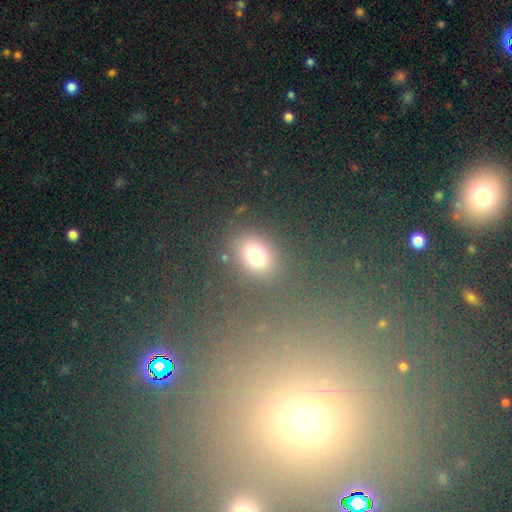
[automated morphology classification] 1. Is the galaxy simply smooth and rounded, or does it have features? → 69% smooth, 21% star or artifact, 10% featured or disk.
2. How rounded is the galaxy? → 53% round, 45% in between, 2% cigar-shaped.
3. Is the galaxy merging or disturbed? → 78% none, 11% minor disturbance, 6% major disturbance, 5% merger.